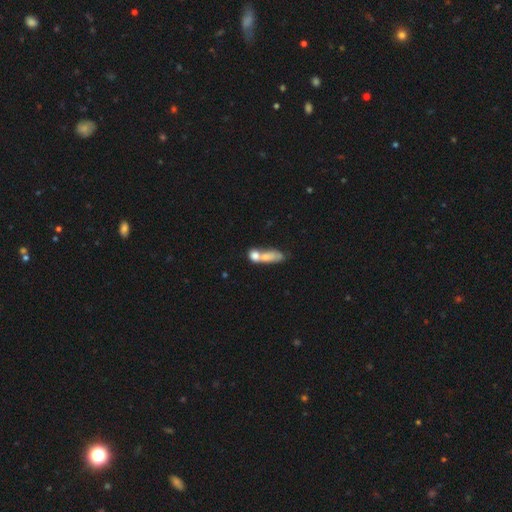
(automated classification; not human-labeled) This appears to be a smooth galaxy with no disk features (66%) that is in between round and cigar-shaped (52%). Merging: merger (61%).